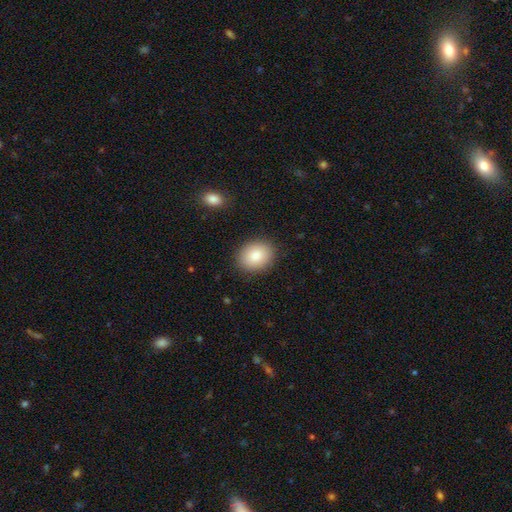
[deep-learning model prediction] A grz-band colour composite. It shows a smooth galaxy with no disk features (86%) that is in between round and cigar-shaped (54%). Merging: none (88%).